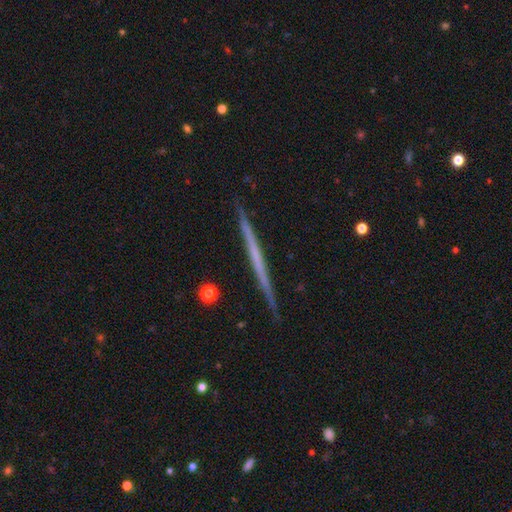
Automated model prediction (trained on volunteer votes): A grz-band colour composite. It shows a featured or disk galaxy (61%) viewed edge-on (98%) with no central bulge (91%). Merging: none (91%).